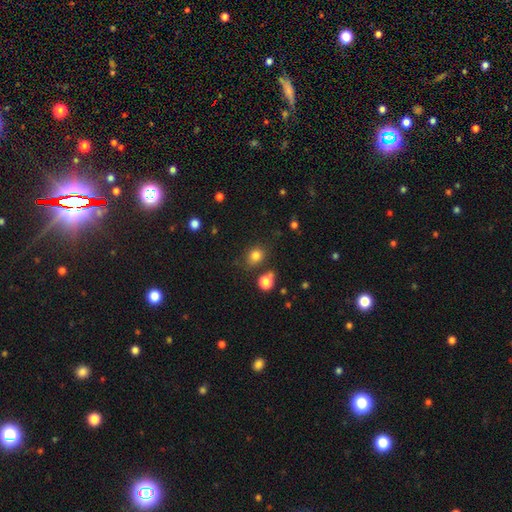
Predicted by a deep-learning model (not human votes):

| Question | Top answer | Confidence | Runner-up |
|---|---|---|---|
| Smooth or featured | smooth | 80% | star or artifact (13%) |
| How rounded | round | 68% | in between (31%) |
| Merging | none | 74% | minor disturbance (14%) |